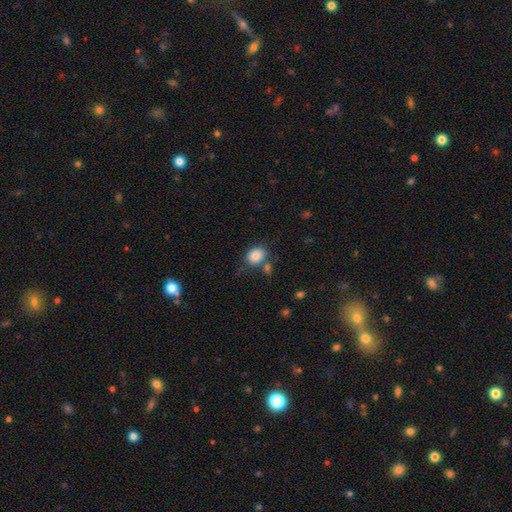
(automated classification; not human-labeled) This is clearly a smooth galaxy (86%). How rounded: likely in between (63%). Merging: likely none (66%).